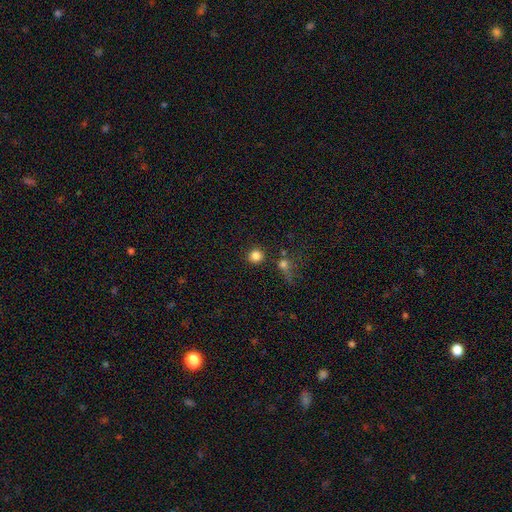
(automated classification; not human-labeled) smooth-or-featured: smooth: 83% | star or artifact: 12% | featured or disk: 5%
  how-rounded: round: 92% | in between: 7% | cigar-shaped: 1%
  merging: none: 84% | minor disturbance: 7% | merger: 6% | major disturbance: 3%